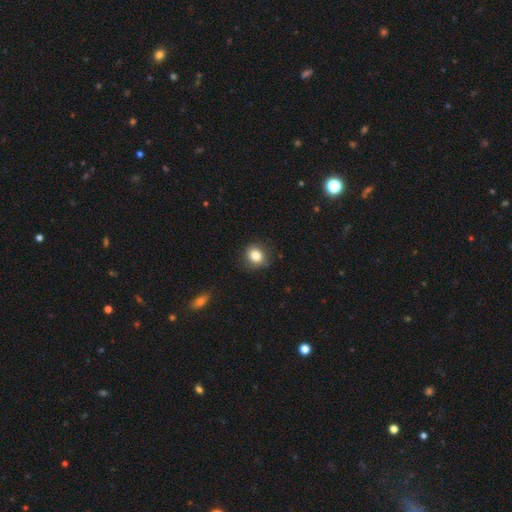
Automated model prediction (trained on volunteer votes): This is clearly a smooth galaxy (81%). How rounded: likely round (77%). Merging: clearly none (80%).